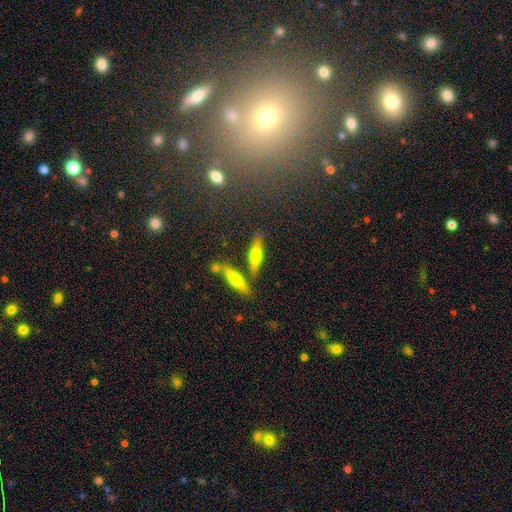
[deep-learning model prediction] smooth-or-featured: featured or disk: 47% | smooth: 44% | star or artifact: 9%
  merging: none: 73% | merger: 13% | minor disturbance: 11% | major disturbance: 3%